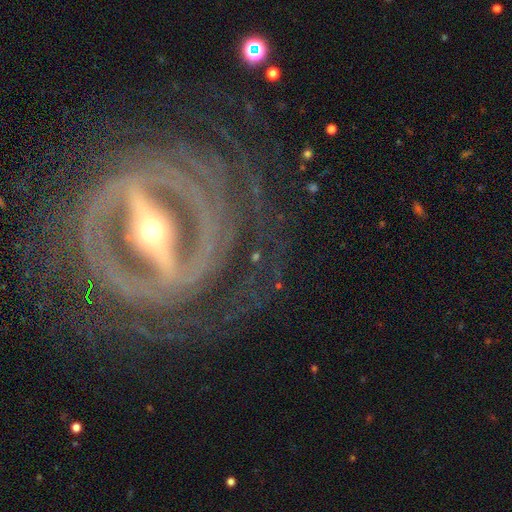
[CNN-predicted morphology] Overall: featured or disk (91%). Edge-on disk: no (81%). Bar: strong (88%). Spiral arms: yes (79%). Spiral arm count: 2 (33%; can't tell 30%). Spiral winding: tight (68%). Bulge size: moderate (53%; small 36%). Merging: none (73%).